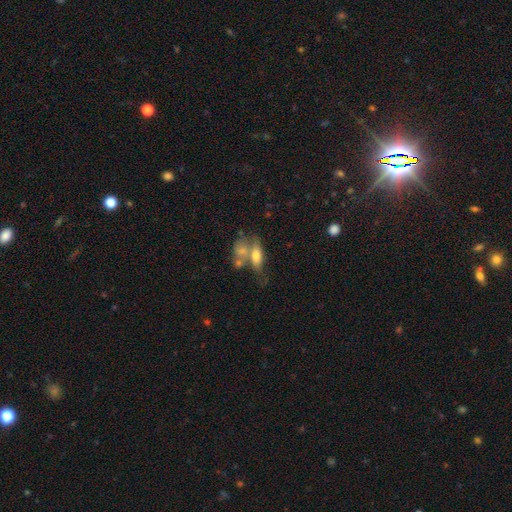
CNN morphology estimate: type=smooth (61%); roundness=in between (71%); merging=merger (44%).